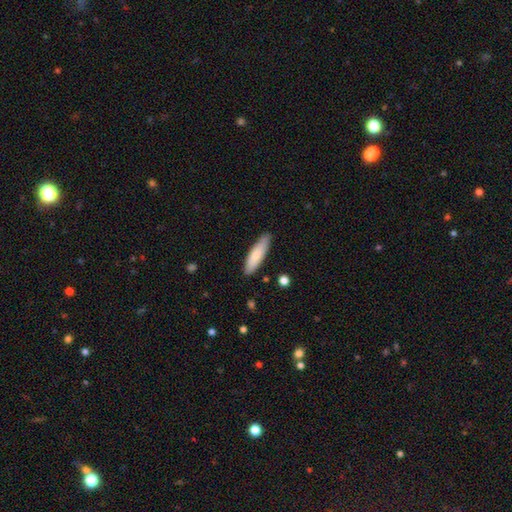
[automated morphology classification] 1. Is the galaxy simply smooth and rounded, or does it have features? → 78% smooth, 17% featured or disk, 5% star or artifact.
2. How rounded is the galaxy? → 66% cigar-shaped, 33% in between, 1% round.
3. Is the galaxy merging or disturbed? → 86% none, 11% minor disturbance, 2% major disturbance, 1% merger.